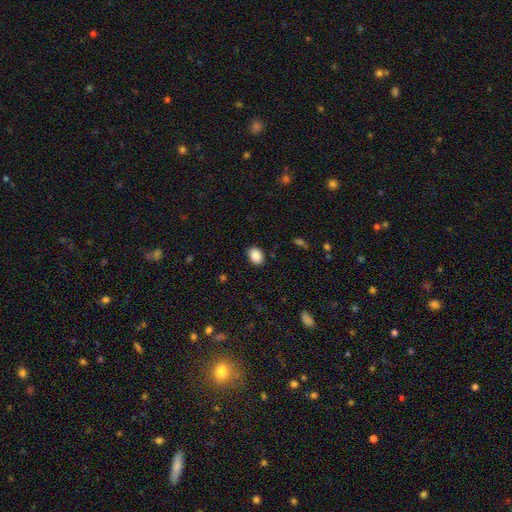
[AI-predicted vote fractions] The model was most divided on "how rounded": in between: 64%, round: 35%, cigar-shaped: 1%. More confident: smooth or featured — smooth (89%); merging — none (87%).